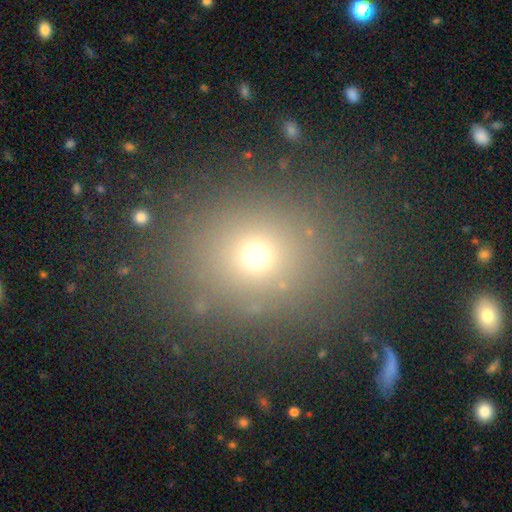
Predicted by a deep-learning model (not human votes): This is likely a smooth galaxy (67%). How rounded: likely round (71%). Merging: clearly none (85%).